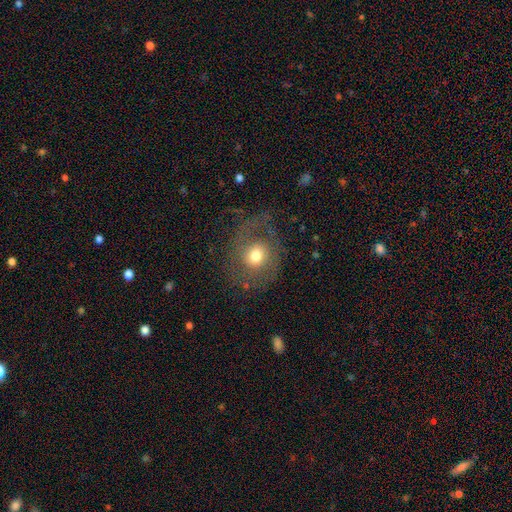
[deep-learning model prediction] This appears to be a smooth galaxy with no disk features (50%) that is round (65%). Merging: none (65%).